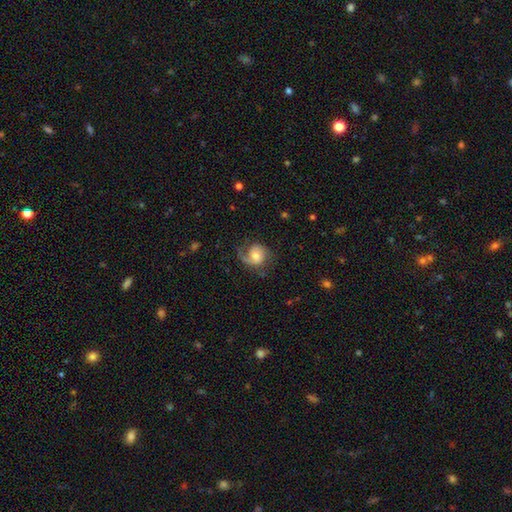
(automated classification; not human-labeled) A featured or disk galaxy (64%) with no bar (60%), 1 (53%) medium (42%) spiral arms (91%) and a moderate central bulge (57%). Merging: none (56%).